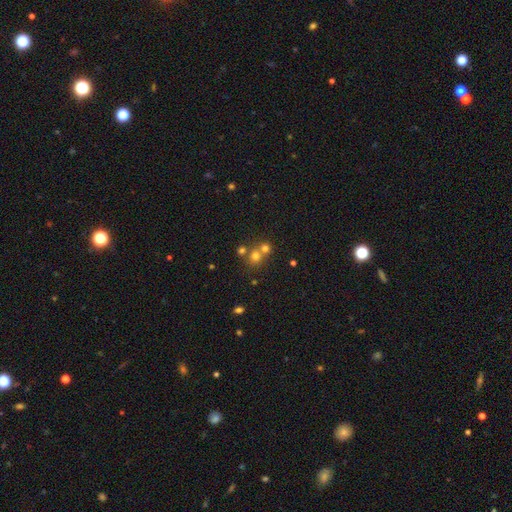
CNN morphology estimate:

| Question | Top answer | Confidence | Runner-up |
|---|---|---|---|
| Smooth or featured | smooth | 66% | star or artifact (21%) |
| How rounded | round | 85% | in between (14%) |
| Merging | none | 49% | merger (43%) |